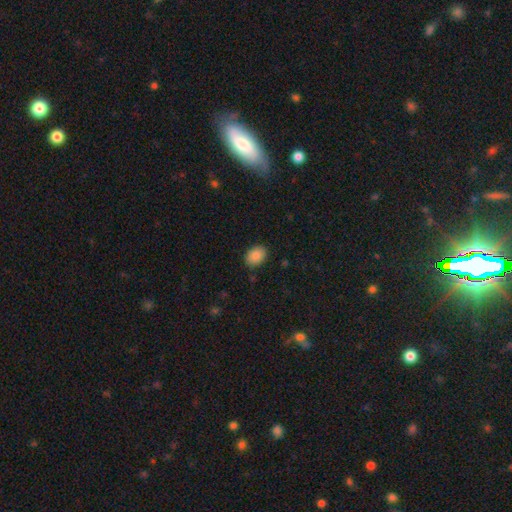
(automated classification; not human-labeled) Overall: smooth (89%). How rounded: in between (75%). Merging: none (86%).